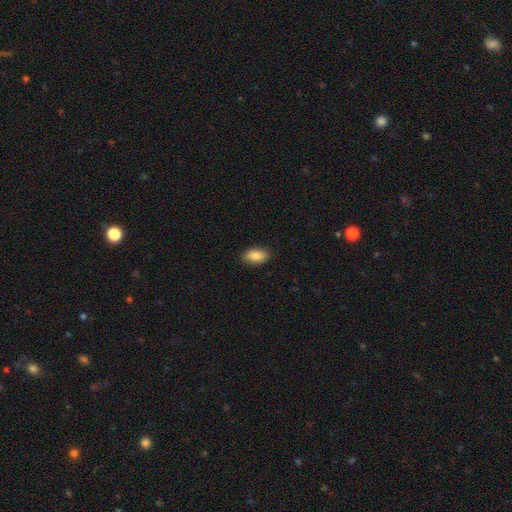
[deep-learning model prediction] Smooth or featured? smooth (88%)
How rounded? in between (93%)
Merging? none (88%)